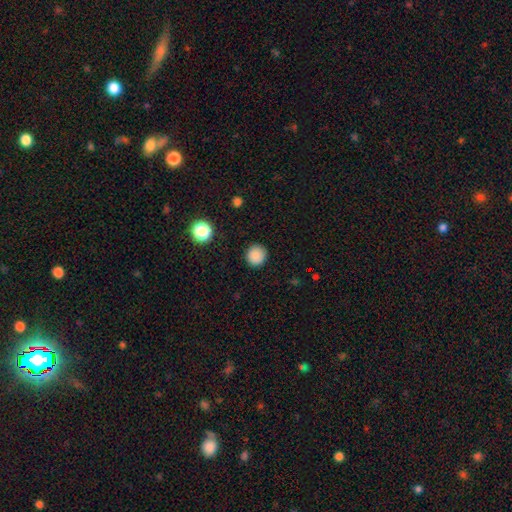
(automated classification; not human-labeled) This is clearly a smooth galaxy (86%). How rounded: clearly round (95%). Merging: clearly none (91%).